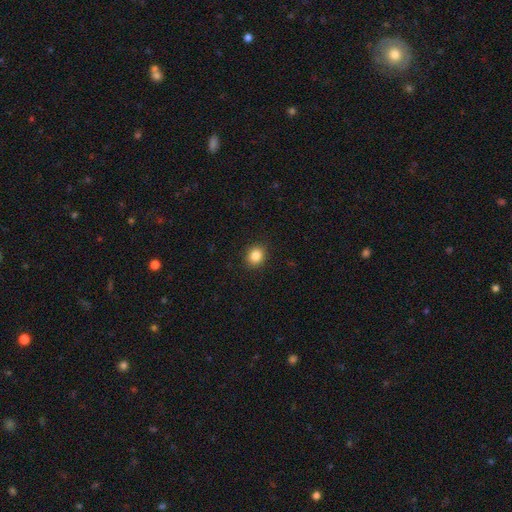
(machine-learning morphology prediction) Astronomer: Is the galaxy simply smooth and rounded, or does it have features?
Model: smooth — 85%.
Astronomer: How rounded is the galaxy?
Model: round — 71%.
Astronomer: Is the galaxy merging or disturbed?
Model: none — 90%.